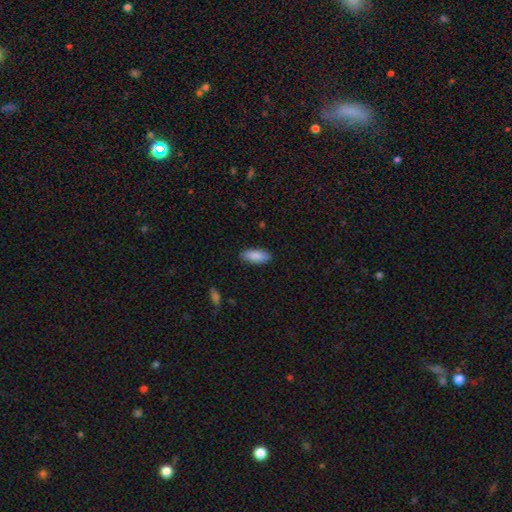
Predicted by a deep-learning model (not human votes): Overall: smooth (89%). How rounded: in between (80%). Merging: none (87%).